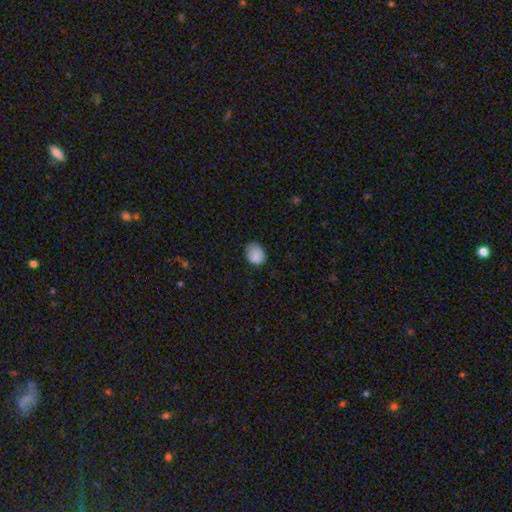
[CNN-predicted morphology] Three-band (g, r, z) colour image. It shows a smooth galaxy with no disk features (87%) that is in between round and cigar-shaped (51%). Merging: none (69%).